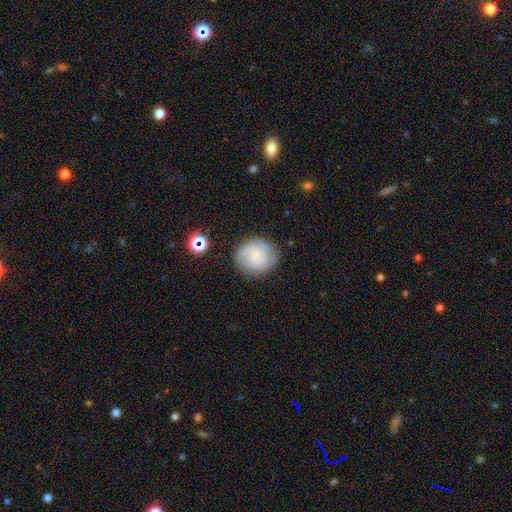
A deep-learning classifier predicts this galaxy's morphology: Smooth or featured? Predicted: featured or disk (p=0.53). Edge-on disk? Predicted: no (p=0.98). Bar? Predicted: no (p=0.64). Spiral arms? Predicted: yes (p=0.90). Bulge size? Predicted: small (p=0.53). Merging? Predicted: none (p=0.76).